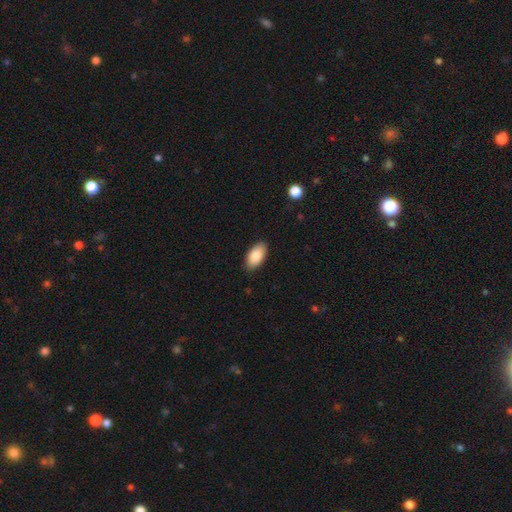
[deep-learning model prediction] This is clearly a smooth galaxy (85%). How rounded: clearly in between (95%). Merging: clearly none (88%).